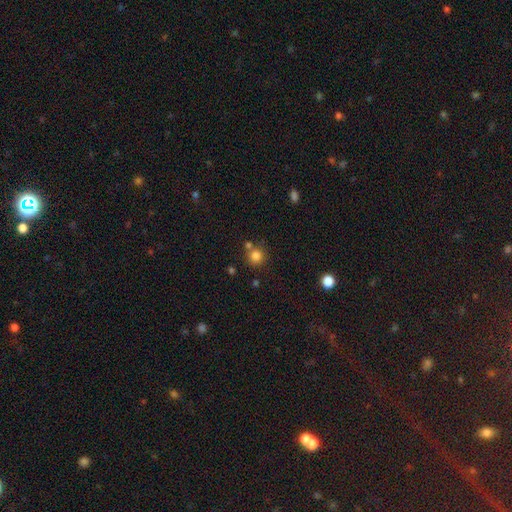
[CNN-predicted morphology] smooth_or_featured: smooth (p=0.81) [alt: star or artifact p=0.13]
how_rounded: round (p=0.92) [alt: in between p=0.07]
merging: none (p=0.70) [alt: merger p=0.17]